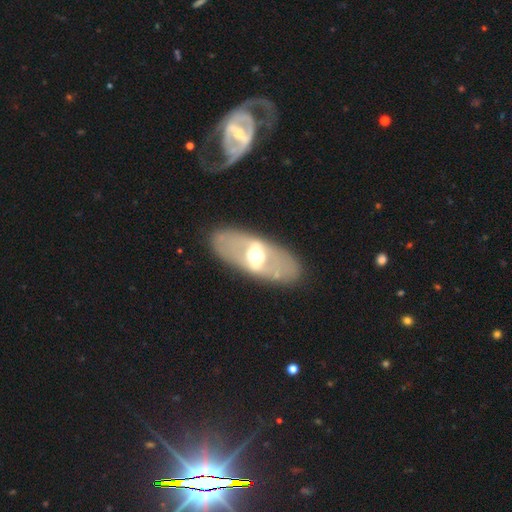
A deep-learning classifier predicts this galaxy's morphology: smooth-or-featured: featured or disk: 64% | smooth: 30% | star or artifact: 6%
  disk-edge-on: no: 77% | yes: 23%
  merging: none: 82% | minor disturbance: 11% | major disturbance: 6% | merger: 2%